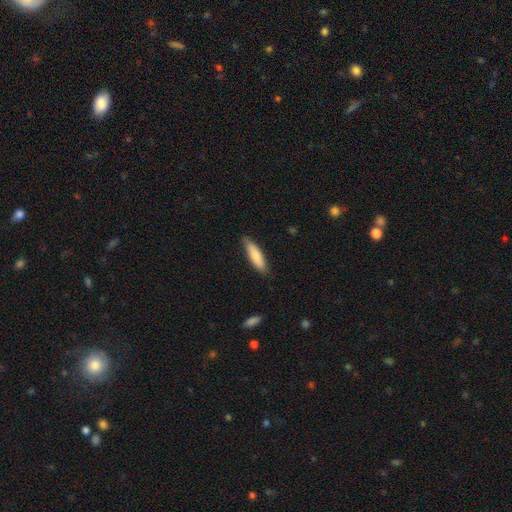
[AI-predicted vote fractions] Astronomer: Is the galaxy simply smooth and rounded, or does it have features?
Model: smooth — 83%.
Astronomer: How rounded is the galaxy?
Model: cigar-shaped — 68%.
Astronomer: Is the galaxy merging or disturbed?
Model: none — 81%.